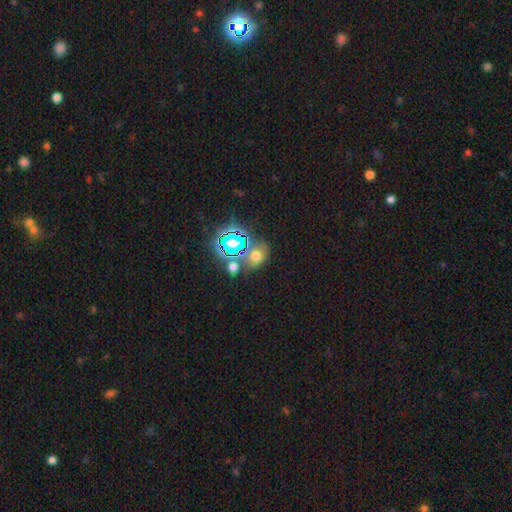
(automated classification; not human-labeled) A smooth galaxy with no disk features (54%) that is round (55%). Merging: none (65%).